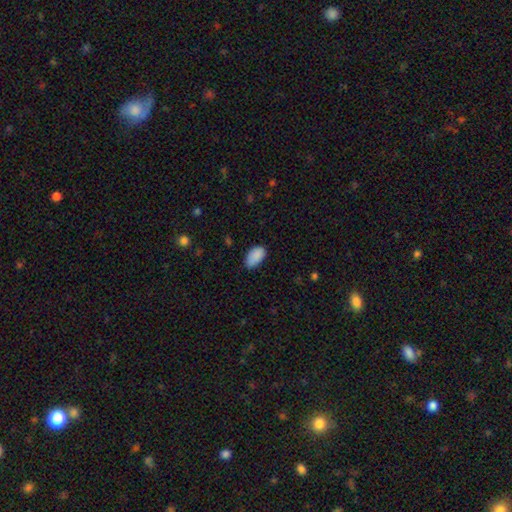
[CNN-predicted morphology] smooth 89%, star or artifact 7%, featured or disk 4%. Down the decision tree: how rounded — in between (95%); merging — none (74%).